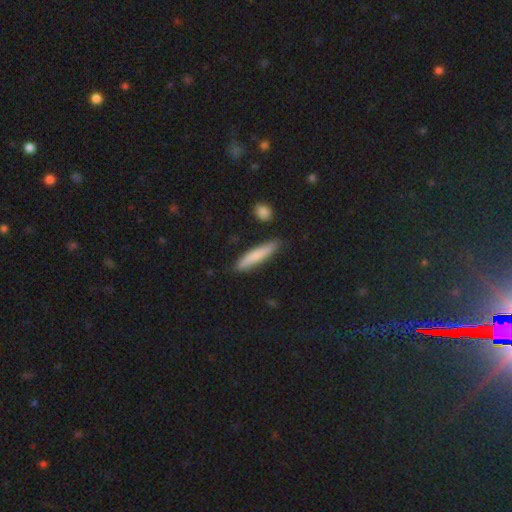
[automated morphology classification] Smooth or featured?
  - smooth: 77% *
  - featured or disk: 17%
  - star or artifact: 6%
How rounded?
  - cigar-shaped: 89% *
  - in between: 10%
  - round: 1%
Merging?
  - none: 85% *
  - minor disturbance: 11%
  - merger: 2%
  - major disturbance: 2%